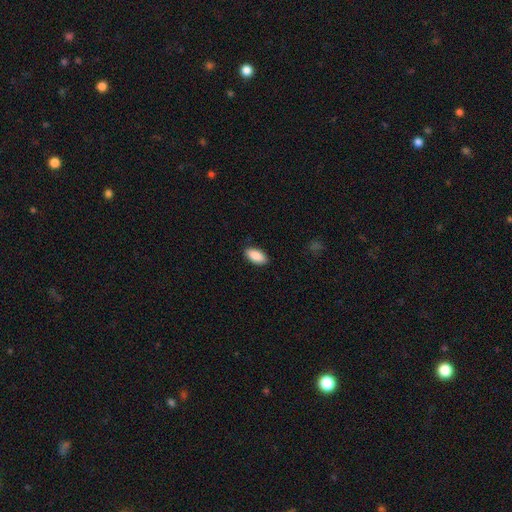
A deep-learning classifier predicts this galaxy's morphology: A smooth galaxy with no disk features (90%) that is in between round and cigar-shaped (93%). Merging: none (88%).